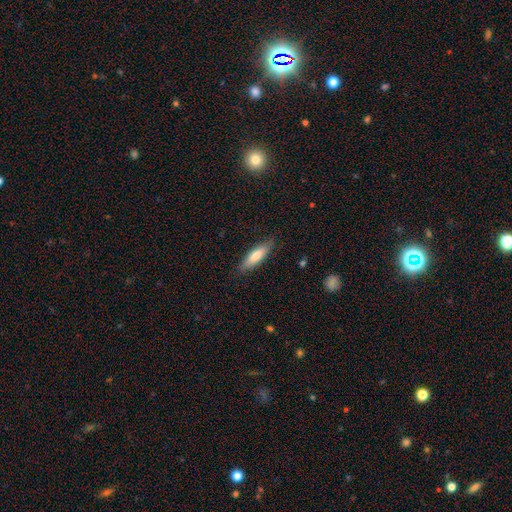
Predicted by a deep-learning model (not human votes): Morphology: type=smooth (72%); roundness=cigar-shaped (64%); merging=none (85%).